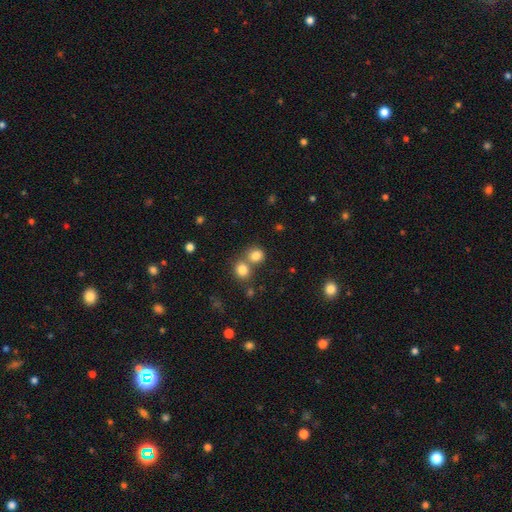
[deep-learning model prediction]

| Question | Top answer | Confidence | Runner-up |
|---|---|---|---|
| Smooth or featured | smooth | 81% | star or artifact (12%) |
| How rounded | round | 80% | in between (19%) |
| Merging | none | 51% | merger (39%) |